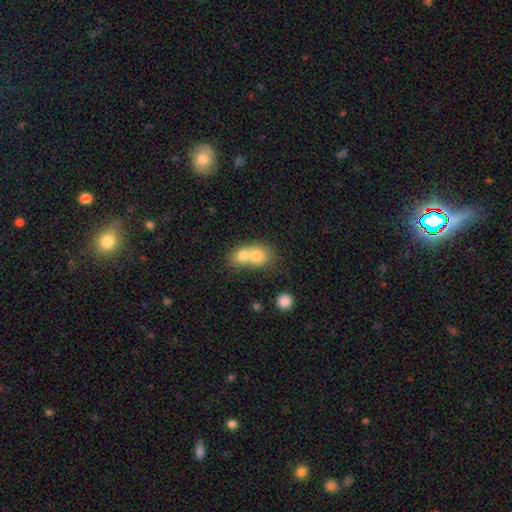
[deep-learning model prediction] The model was most divided on "how rounded": round: 57%, in between: 42%, cigar-shaped: 1%. More confident: merging — merger (74%); smooth or featured — smooth (71%).